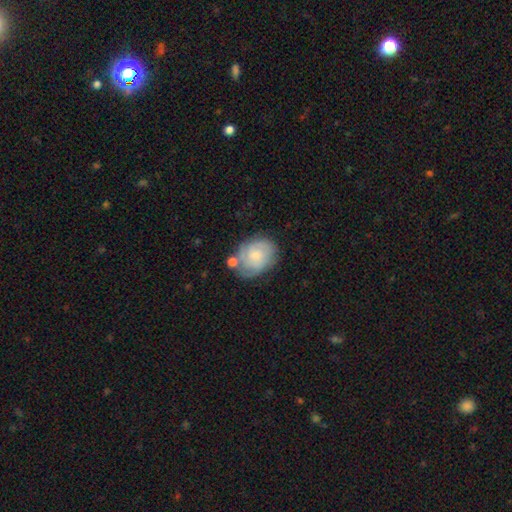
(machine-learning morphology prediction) Q: Smooth or featured?
A: featured or disk (59%); runner-up: smooth (34%)
Q: Edge-on disk?
A: no (97%); runner-up: yes (3%)
Q: Bar?
A: no (74%); runner-up: weak (23%)
Q: Spiral arms?
A: yes (86%); runner-up: no (14%)
Q: Bulge size?
A: small (56%); runner-up: moderate (36%)
Q: Merging?
A: none (57%); runner-up: minor disturbance (23%)